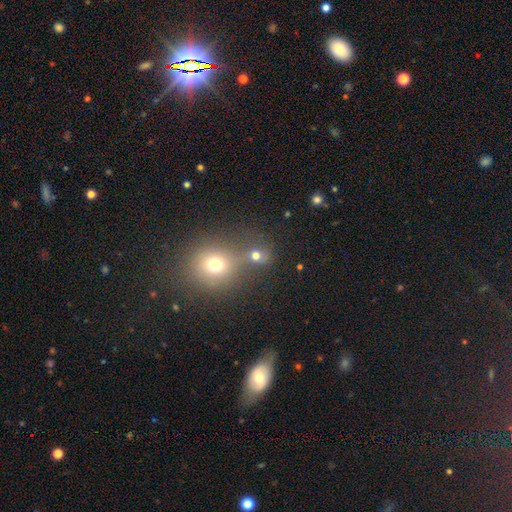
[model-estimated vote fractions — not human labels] The model was most divided on "merging": none: 46%, merger: 41%, minor disturbance: 8%, major disturbance: 5%. More confident: how rounded — round (79%); smooth or featured — smooth (70%).